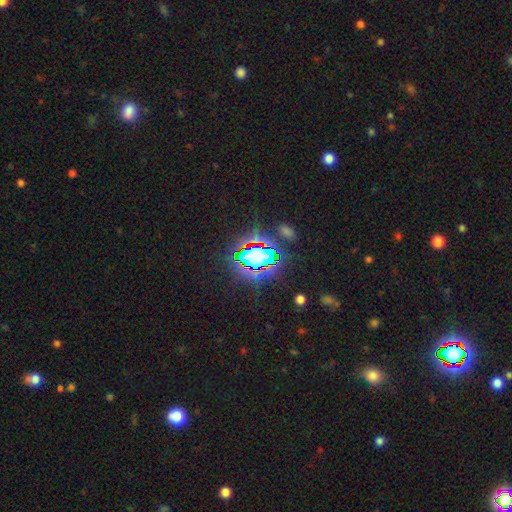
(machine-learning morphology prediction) Smooth or featured?
  - star or artifact: 65% *
  - smooth: 22%
  - featured or disk: 13%